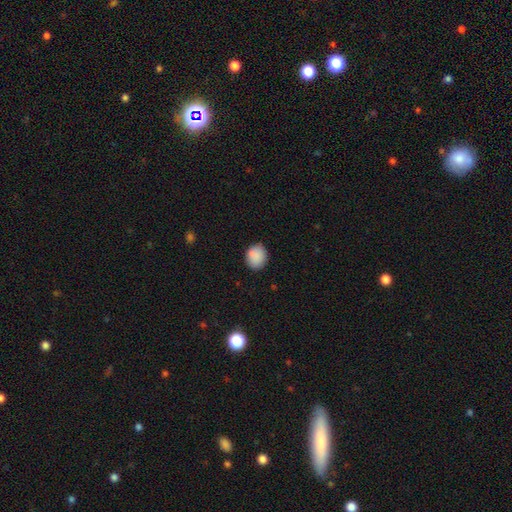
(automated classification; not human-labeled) Smooth or featured?
  - smooth: 88% *
  - star or artifact: 8%
  - featured or disk: 4%
How rounded?
  - round: 65% *
  - in between: 34%
  - cigar-shaped: 1%
Merging?
  - none: 84% *
  - minor disturbance: 12%
  - major disturbance: 2%
  - merger: 1%